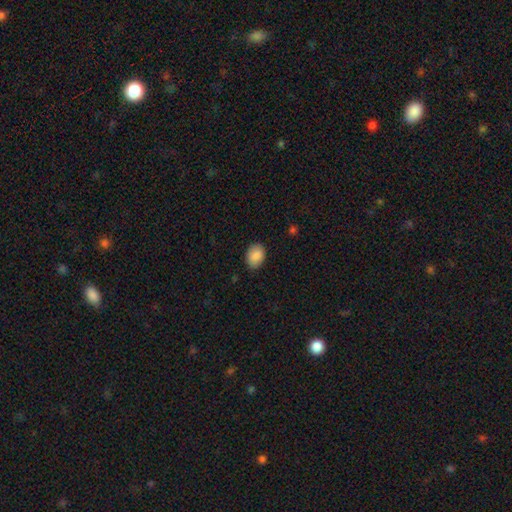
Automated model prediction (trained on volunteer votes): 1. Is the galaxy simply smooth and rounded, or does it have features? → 88% smooth, 7% star or artifact, 5% featured or disk.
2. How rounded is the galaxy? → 72% in between, 27% round, 1% cigar-shaped.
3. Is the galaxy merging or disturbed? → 86% none, 11% minor disturbance, 2% major disturbance, 1% merger.